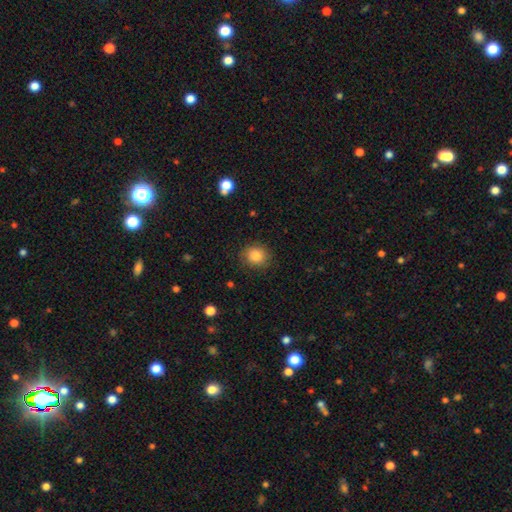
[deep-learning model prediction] A smooth galaxy with no disk features (84%) that is round (80%).

Vote fractions:
- Smooth or featured? smooth: 84% / star or artifact: 10% / featured or disk: 6%
- How rounded? round: 80% / in between: 19% / cigar-shaped: 1%
- Merging? none: 84% / minor disturbance: 12% / major disturbance: 3% / merger: 1%